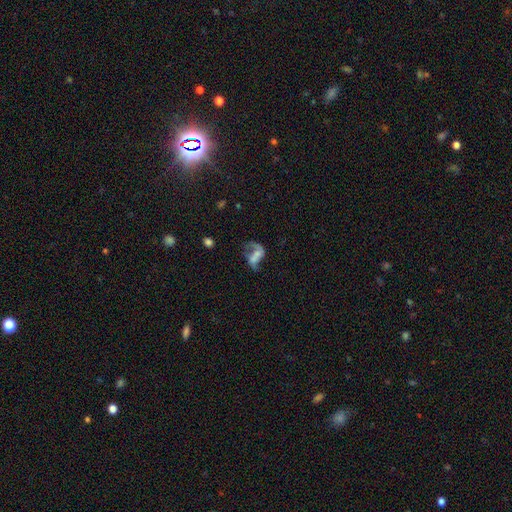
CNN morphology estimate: Overall: featured or disk (59%; smooth 29%). Edge-on disk: no (97%). Bar: no (60%; weak 27%). Spiral arms: yes (61%; no 39%). Bulge size: none (42%; small 28%). Merging: major disturbance (43%; none 23%).